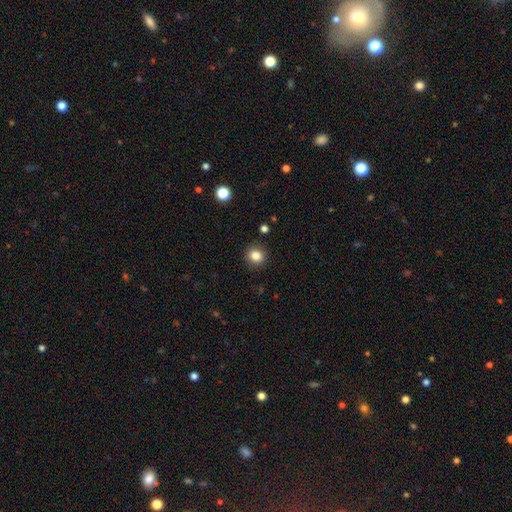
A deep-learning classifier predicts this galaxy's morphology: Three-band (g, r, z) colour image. It shows a smooth galaxy with no disk features (83%) that is round (82%). Merging: none (90%).